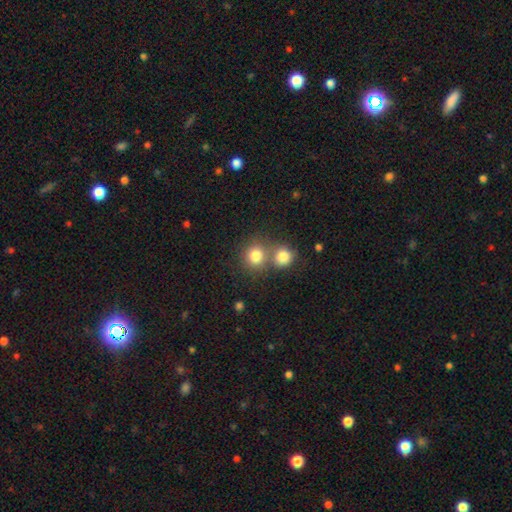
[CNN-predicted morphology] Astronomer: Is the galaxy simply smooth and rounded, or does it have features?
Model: smooth — 81%.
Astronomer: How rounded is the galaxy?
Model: round — 85%.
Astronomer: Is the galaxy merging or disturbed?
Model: none — 50% (runner-up: merger, 40%).